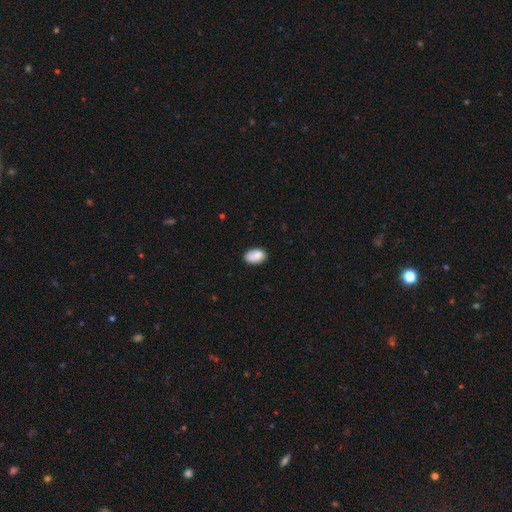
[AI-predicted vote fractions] Overall: smooth (86%). How rounded: in between (91%). Merging: none (79%).